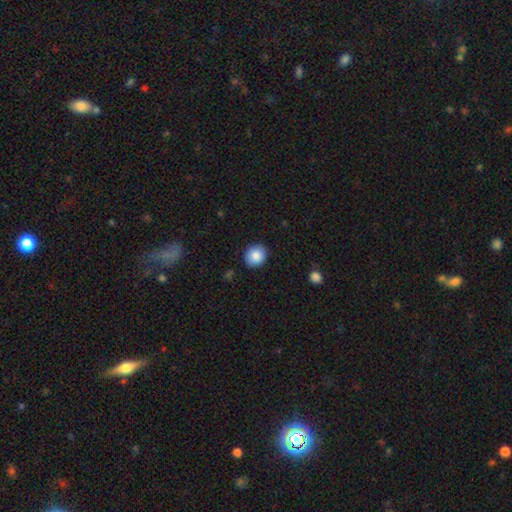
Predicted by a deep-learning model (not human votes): smooth_or_featured: smooth (p=0.86) [alt: star or artifact p=0.08]
how_rounded: round (p=0.82) [alt: in between p=0.17]
merging: none (p=0.89) [alt: minor disturbance p=0.08]